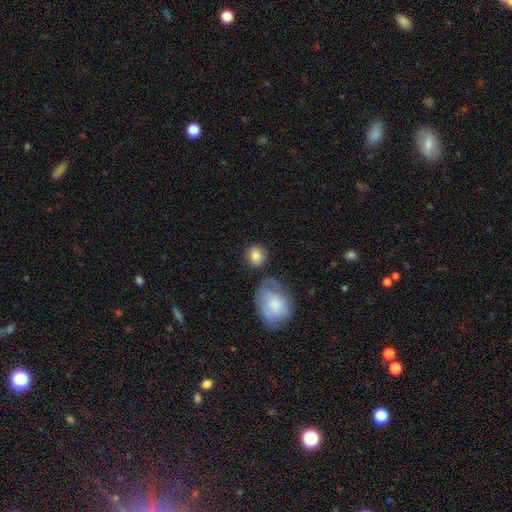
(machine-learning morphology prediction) Smooth or featured? Predicted: smooth (p=0.83). How rounded? Predicted: round (p=0.72). Merging? Predicted: none (p=0.68).